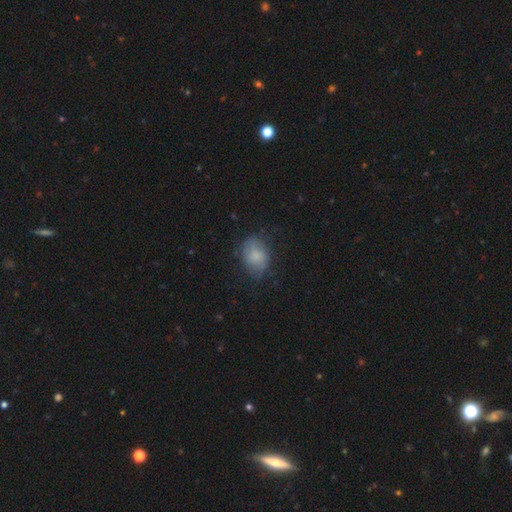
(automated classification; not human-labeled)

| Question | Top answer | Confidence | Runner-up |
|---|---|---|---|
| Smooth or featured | smooth | 73% | featured or disk (19%) |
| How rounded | in between | 65% | round (34%) |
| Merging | none | 65% | minor disturbance (24%) |